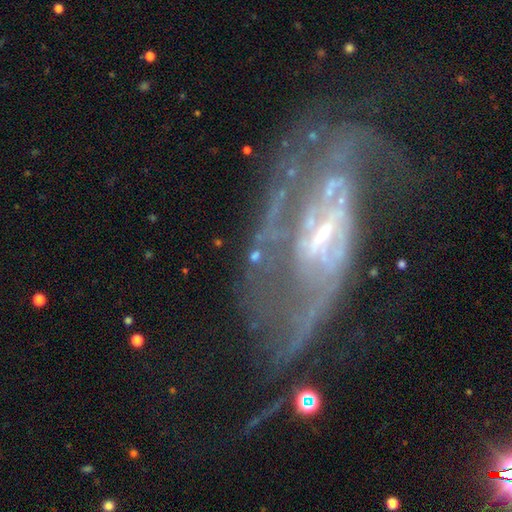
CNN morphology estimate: This appears to be a featured or disk galaxy (81%) with a weak bar (41%), 2 (50%) medium (39%) spiral arms (75%) and a small central bulge (56%). Merging: none (41%).